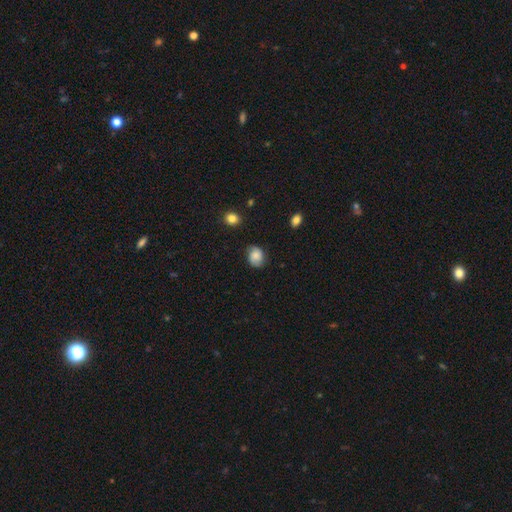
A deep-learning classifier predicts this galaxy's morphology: The model was most divided on "how rounded": in between: 52%, round: 47%, cigar-shaped: 1%. More confident: smooth or featured — smooth (74%); merging — none (73%).